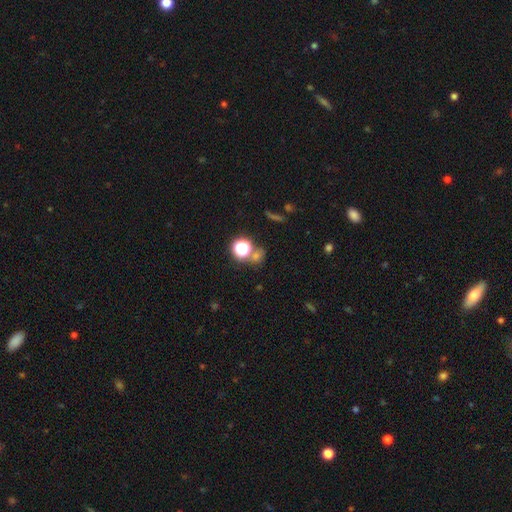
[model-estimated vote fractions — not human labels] smooth_or_featured: smooth (p=0.46) [alt: star or artifact p=0.45]
merging: none (p=0.66) [alt: merger p=0.18]